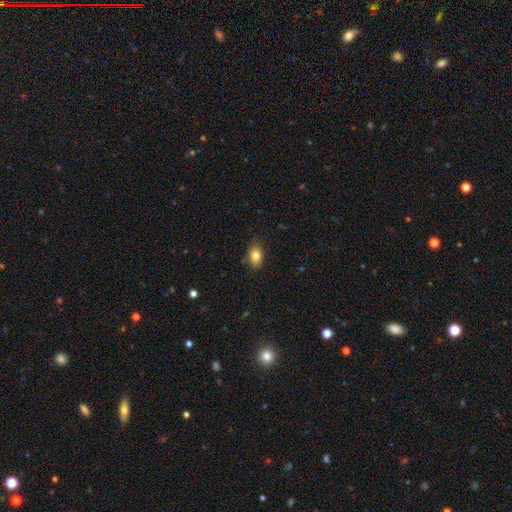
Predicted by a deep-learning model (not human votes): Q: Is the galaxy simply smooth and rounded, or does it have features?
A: smooth — 80%.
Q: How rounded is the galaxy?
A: in between — 86%.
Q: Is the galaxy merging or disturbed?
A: none — 82%.